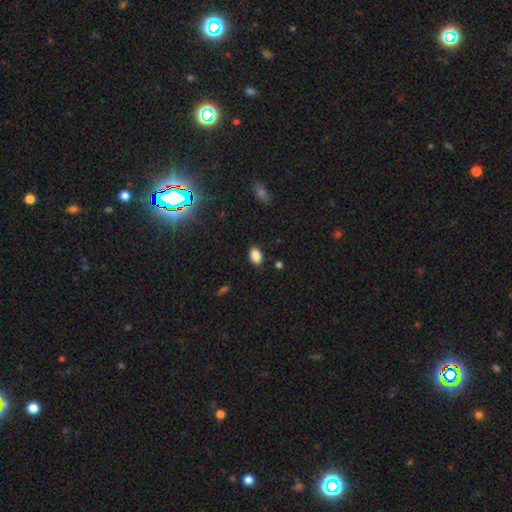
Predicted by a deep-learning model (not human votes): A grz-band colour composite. It shows a smooth galaxy with no disk features (87%) that is in between round and cigar-shaped (87%). Merging: none (85%).